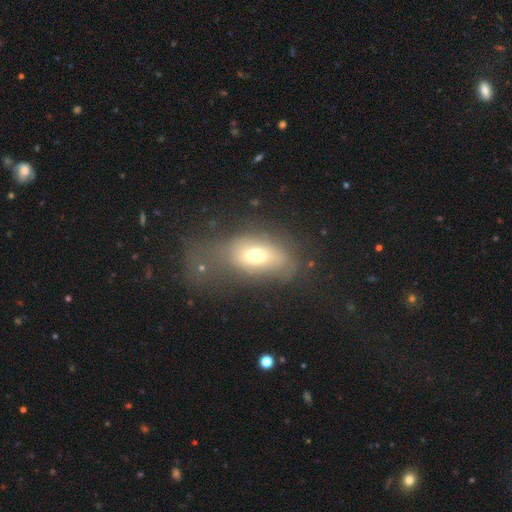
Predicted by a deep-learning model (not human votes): This appears to be a smooth galaxy with no disk features (63%) that is in between round and cigar-shaped (81%). Merging: major disturbance (42%).